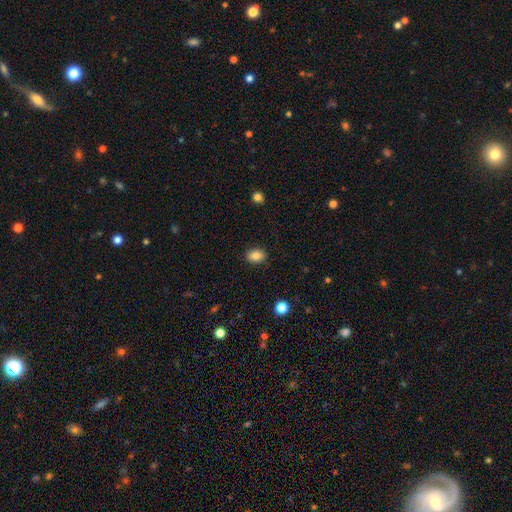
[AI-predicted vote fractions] This appears to be a smooth galaxy with no disk features (84%) that is in between round and cigar-shaped (72%). Merging: none (88%).